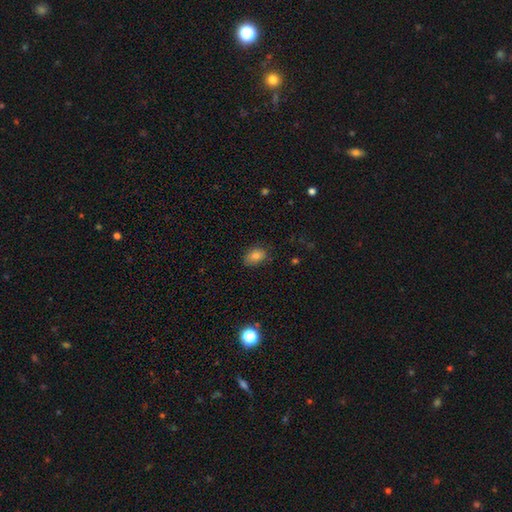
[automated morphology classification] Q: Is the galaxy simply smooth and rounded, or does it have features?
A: smooth — 79%.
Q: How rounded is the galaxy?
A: in between — 73%.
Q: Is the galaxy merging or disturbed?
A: none — 76%.